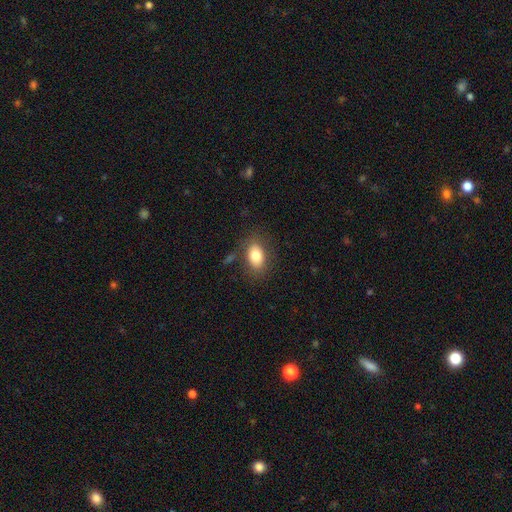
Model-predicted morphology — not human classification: This is likely a smooth galaxy (80%). How rounded: clearly in between (84%). Merging: likely none (79%).